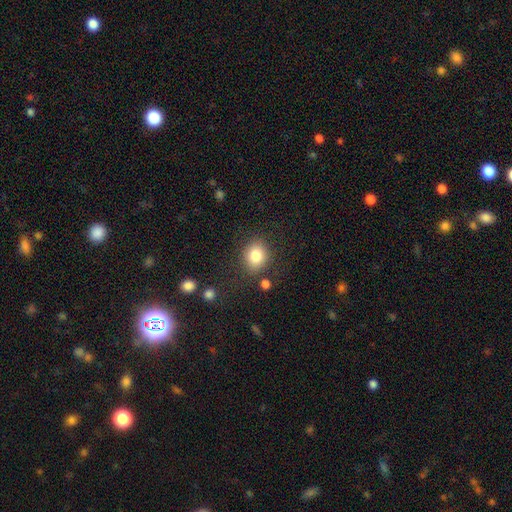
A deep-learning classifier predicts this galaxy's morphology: A smooth galaxy with no disk features (82%) that is round (63%).

Vote fractions:
- Smooth or featured? smooth: 82% / star or artifact: 10% / featured or disk: 8%
- How rounded? round: 63% / in between: 36% / cigar-shaped: 1%
- Merging? none: 80% / minor disturbance: 12% / major disturbance: 5% / merger: 4%